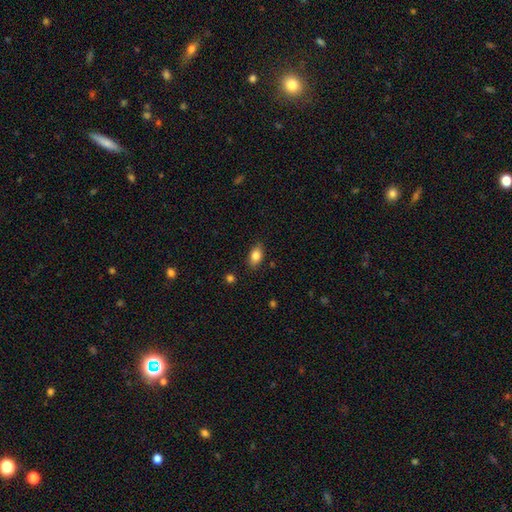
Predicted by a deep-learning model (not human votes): smooth-or-featured: smooth: 82% | featured or disk: 10% | star or artifact: 8%
  how-rounded: in between: 85% | round: 12% | cigar-shaped: 4%
  merging: none: 84% | minor disturbance: 12% | major disturbance: 2% | merger: 1%